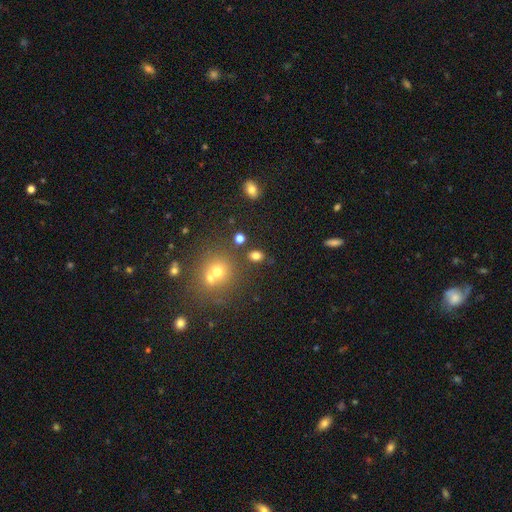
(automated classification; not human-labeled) A smooth galaxy with no disk features (76%) that is in between round and cigar-shaped (68%).

Vote fractions:
- Smooth or featured? smooth: 76% / star or artifact: 17% / featured or disk: 8%
- How rounded? in between: 68% / round: 30% / cigar-shaped: 2%
- Merging? none: 77% / minor disturbance: 11% / merger: 8% / major disturbance: 4%